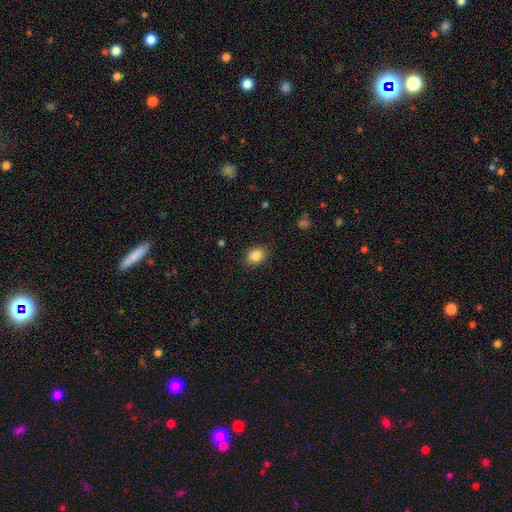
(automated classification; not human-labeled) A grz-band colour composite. It shows a smooth galaxy with no disk features (86%) that is in between round and cigar-shaped (57%). Merging: none (86%).